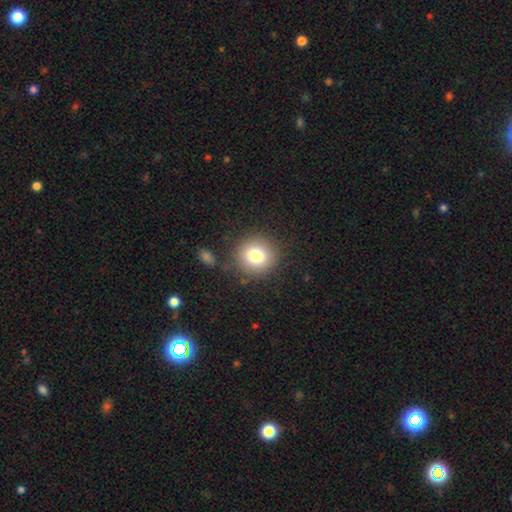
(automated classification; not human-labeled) Q: Smooth or featured?
A: smooth (78%); runner-up: star or artifact (12%)
Q: How rounded?
A: round (92%); runner-up: in between (7%)
Q: Merging?
A: none (86%); runner-up: minor disturbance (8%)